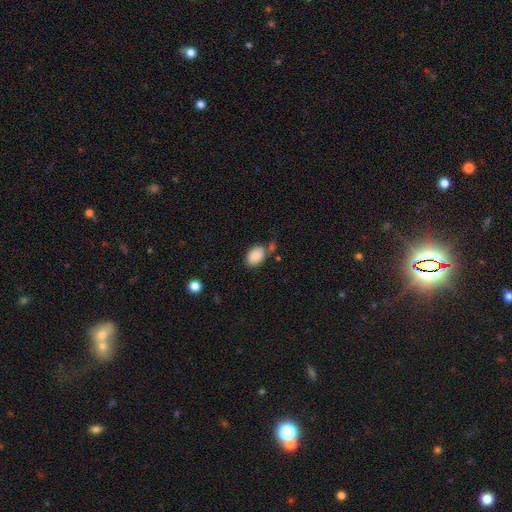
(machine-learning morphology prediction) Smooth or featured?
  - smooth: 86% *
  - star or artifact: 7%
  - featured or disk: 7%
How rounded?
  - in between: 87% *
  - round: 12%
  - cigar-shaped: 1%
Merging?
  - none: 63% *
  - minor disturbance: 19%
  - merger: 12%
  - major disturbance: 6%